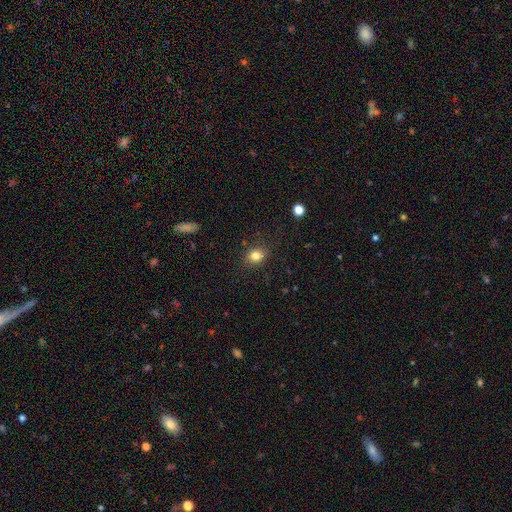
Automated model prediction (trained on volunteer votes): smooth 82%, star or artifact 12%, featured or disk 6%. Down the decision tree: how rounded — round (58%); merging — none (85%).